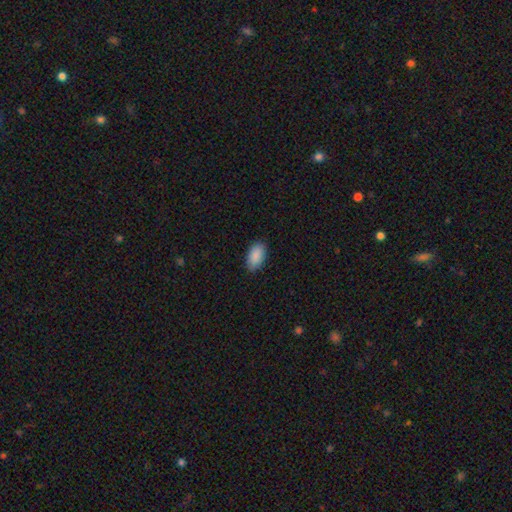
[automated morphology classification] A smooth galaxy with no disk features (91%) that is in between round and cigar-shaped (95%).

Vote fractions:
- Smooth or featured? smooth: 91% / star or artifact: 6% / featured or disk: 3%
- How rounded? in between: 95% / round: 3% / cigar-shaped: 2%
- Merging? none: 87% / minor disturbance: 10% / major disturbance: 2% / merger: 1%